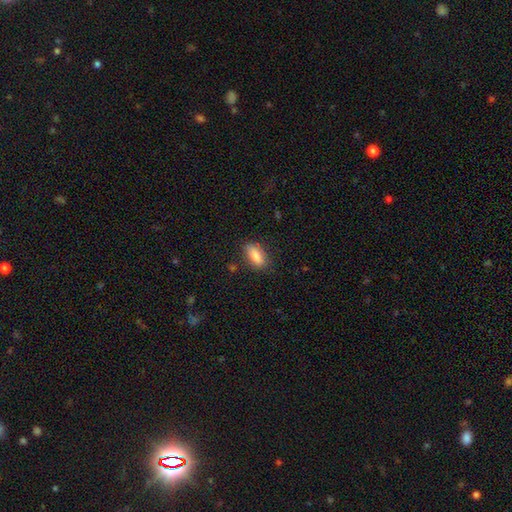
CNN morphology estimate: A smooth galaxy with no disk features (82%) that is in between round and cigar-shaped (86%).

Vote fractions:
- Smooth or featured? smooth: 82% / featured or disk: 10% / star or artifact: 7%
- How rounded? in between: 86% / cigar-shaped: 11% / round: 3%
- Merging? none: 81% / minor disturbance: 14% / major disturbance: 3% / merger: 2%